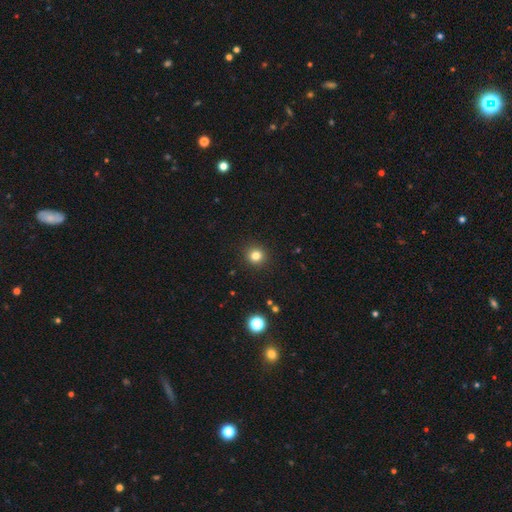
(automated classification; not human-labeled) The model was most divided on "smooth or featured": smooth: 81%, star or artifact: 14%, featured or disk: 6%. More confident: merging — none (92%); how rounded — round (92%).